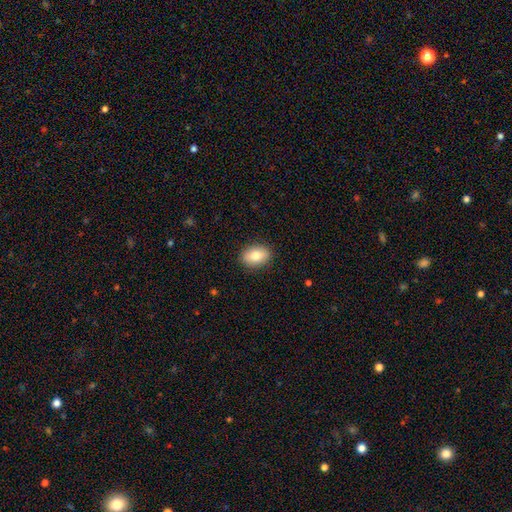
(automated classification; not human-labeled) smooth 80%, featured or disk 12%, star or artifact 7%. Down the decision tree: how rounded — in between (76%); merging — none (89%).